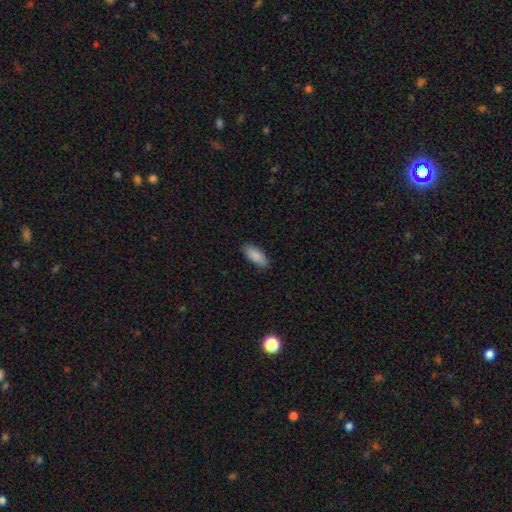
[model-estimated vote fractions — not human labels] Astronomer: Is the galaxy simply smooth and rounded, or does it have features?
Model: smooth — 89%.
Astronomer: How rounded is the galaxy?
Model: in between — 82%.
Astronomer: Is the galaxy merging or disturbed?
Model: none — 88%.